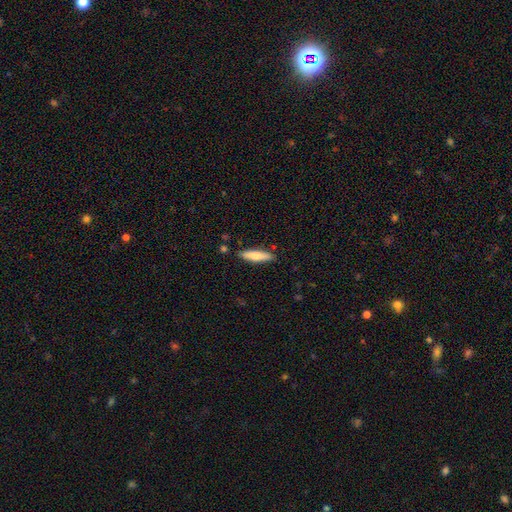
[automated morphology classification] The model was most divided on "smooth or featured": smooth: 66%, featured or disk: 29%, star or artifact: 6%. More confident: merging — none (86%); how rounded — cigar-shaped (72%).